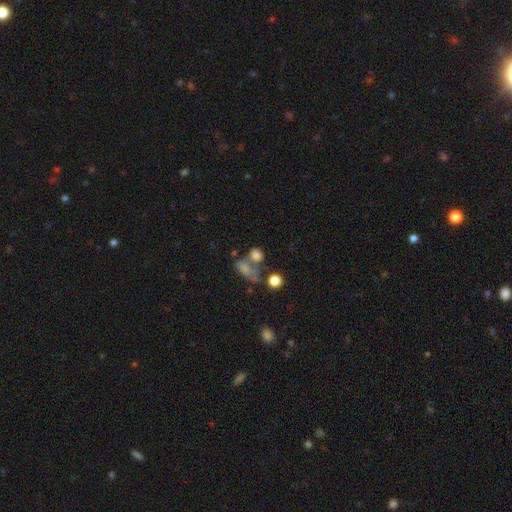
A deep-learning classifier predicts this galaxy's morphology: smooth_or_featured: smooth (p=0.74) [alt: star or artifact p=0.14]
how_rounded: round (p=0.52) [alt: in between p=0.44]
merging: none (p=0.40) [alt: merger p=0.38]